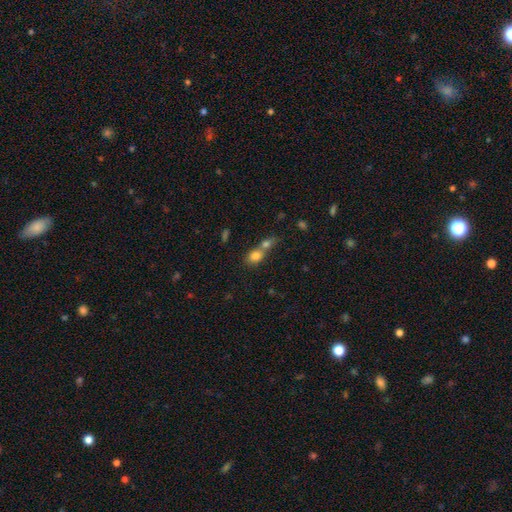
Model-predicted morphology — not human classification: type=smooth (79%); roundness=in between (57%); merging=merger (65%).